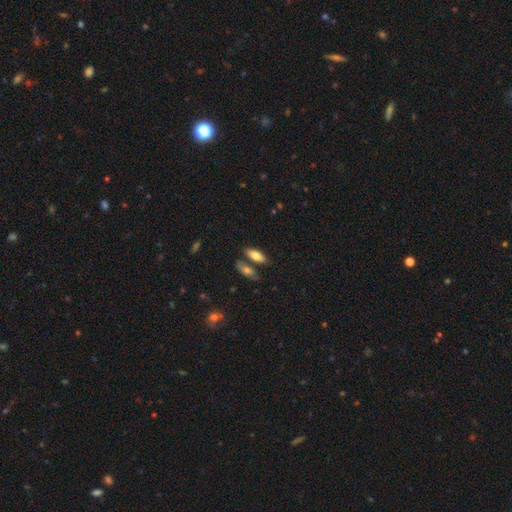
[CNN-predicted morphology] Smooth or featured? smooth (76%)
How rounded? in between (75%)
Merging? none (66%)